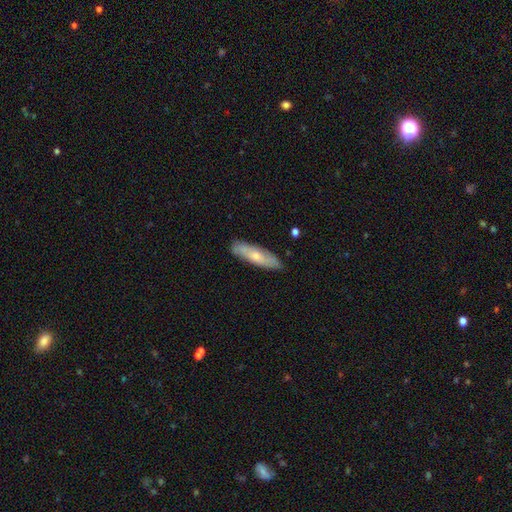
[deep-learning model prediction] Smooth or featured: smooth — 56% (featured or disk — 38%)
How rounded: cigar-shaped — 64% (in between — 34%)
Merging: none — 83% (minor disturbance — 13%)